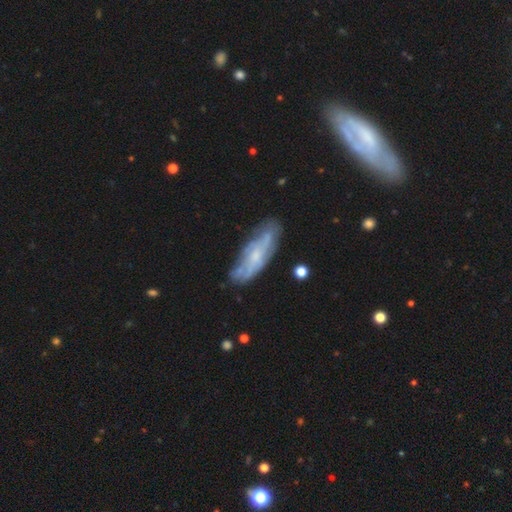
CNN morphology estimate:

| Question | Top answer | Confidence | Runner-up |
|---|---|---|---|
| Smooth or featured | featured or disk | 59% | smooth (34%) |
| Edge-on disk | no | 71% | yes (29%) |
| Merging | none | 67% | minor disturbance (23%) |